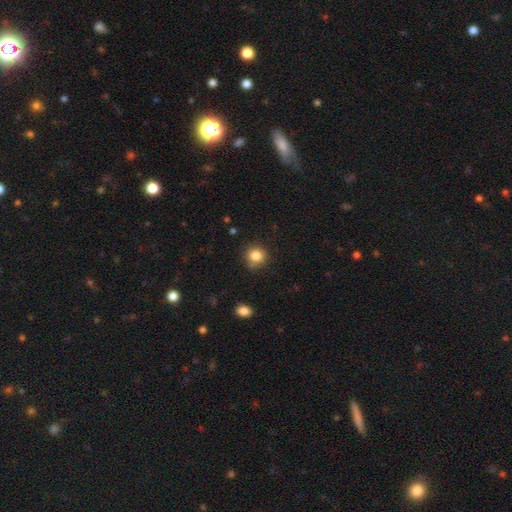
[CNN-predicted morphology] Q: Smooth or featured?
A: smooth (83%); runner-up: star or artifact (11%)
Q: How rounded?
A: round (87%); runner-up: in between (12%)
Q: Merging?
A: none (81%); runner-up: minor disturbance (12%)